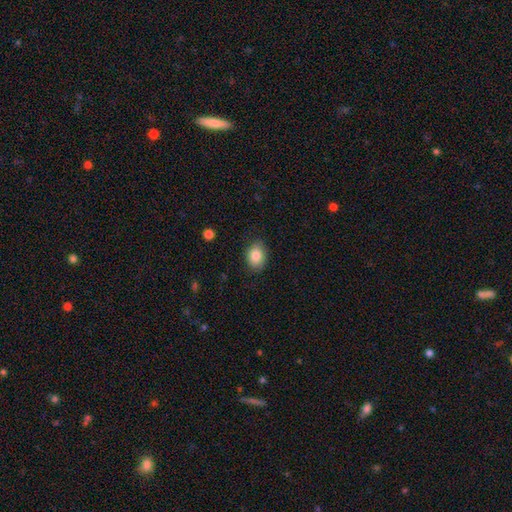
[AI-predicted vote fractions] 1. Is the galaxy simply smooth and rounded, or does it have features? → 85% smooth, 8% star or artifact, 7% featured or disk.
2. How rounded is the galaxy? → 67% in between, 32% round, 1% cigar-shaped.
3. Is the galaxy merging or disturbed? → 83% none, 13% minor disturbance, 3% major disturbance, 1% merger.